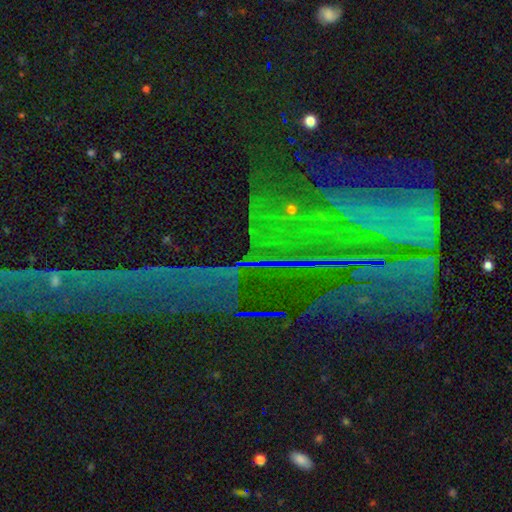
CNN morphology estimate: smooth-or-featured: star or artifact: 83% | featured or disk: 9% | smooth: 7%